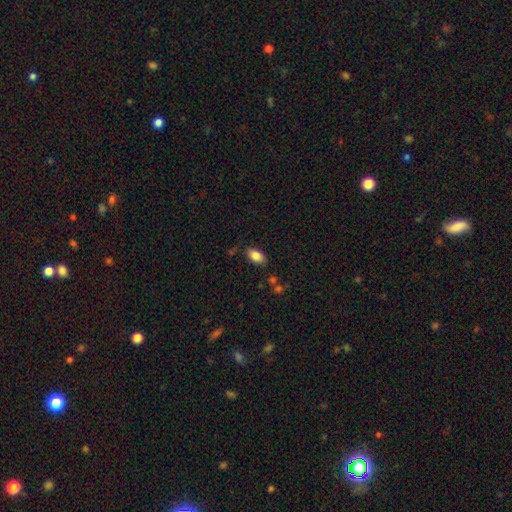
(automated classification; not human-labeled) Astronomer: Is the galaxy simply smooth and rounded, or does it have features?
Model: smooth — 85%.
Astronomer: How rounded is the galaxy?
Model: in between — 92%.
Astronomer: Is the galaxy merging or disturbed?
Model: none — 81%.